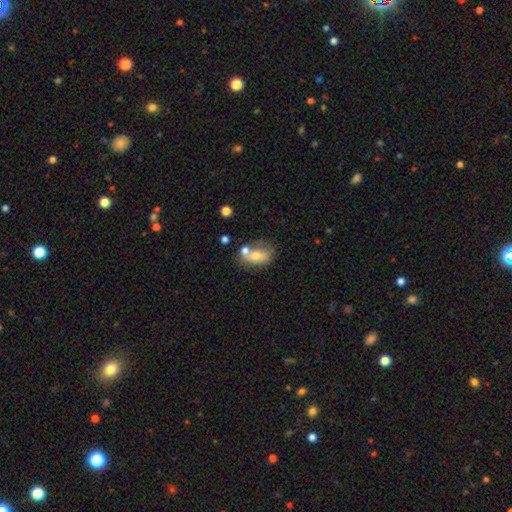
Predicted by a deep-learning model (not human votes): Morphology: type=smooth (63%); roundness=in between (80%); merging=merger (38%).